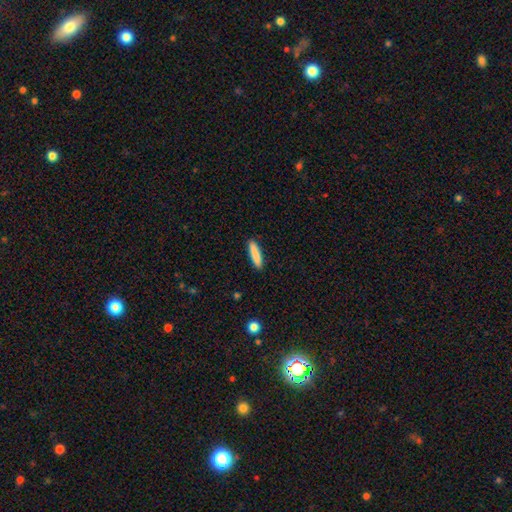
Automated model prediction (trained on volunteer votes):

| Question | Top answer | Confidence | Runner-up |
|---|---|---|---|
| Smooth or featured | smooth | 86% | featured or disk (8%) |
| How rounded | cigar-shaped | 84% | in between (15%) |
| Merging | none | 90% | minor disturbance (7%) |